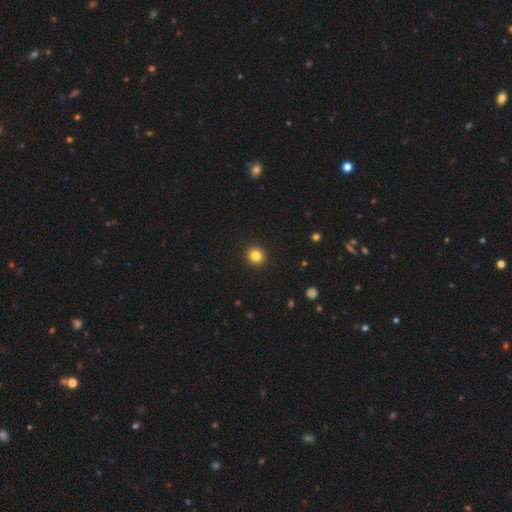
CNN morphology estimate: Overall: smooth (83%). How rounded: round (88%). Merging: none (93%).